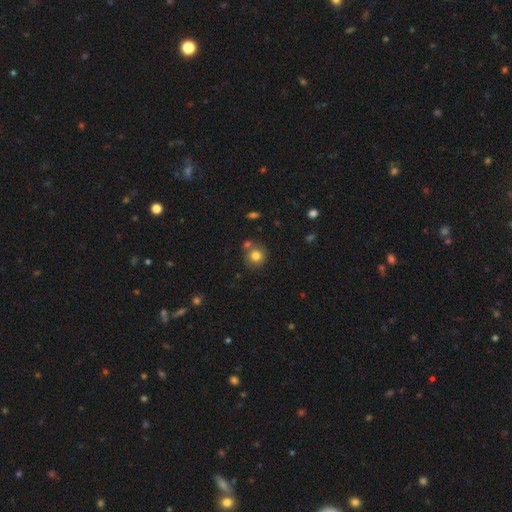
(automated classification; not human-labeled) Smooth or featured: smooth — 79% (star or artifact — 11%)
How rounded: round — 90% (in between — 9%)
Merging: none — 69% (merger — 17%)